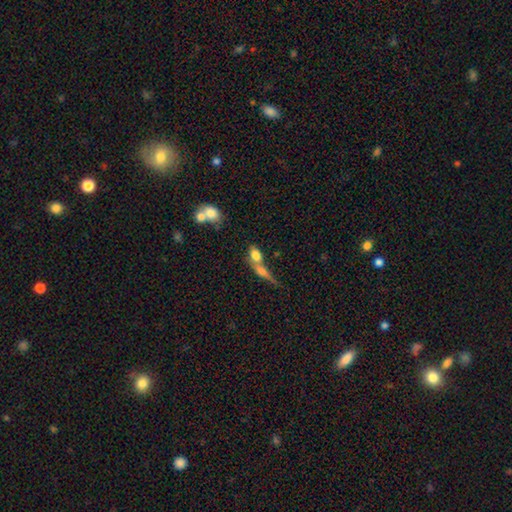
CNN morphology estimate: smooth-or-featured: smooth: 72% | featured or disk: 19% | star or artifact: 10%
  how-rounded: in between: 75% | cigar-shaped: 13% | round: 12%
  merging: merger: 61% | none: 25% | minor disturbance: 8% | major disturbance: 6%